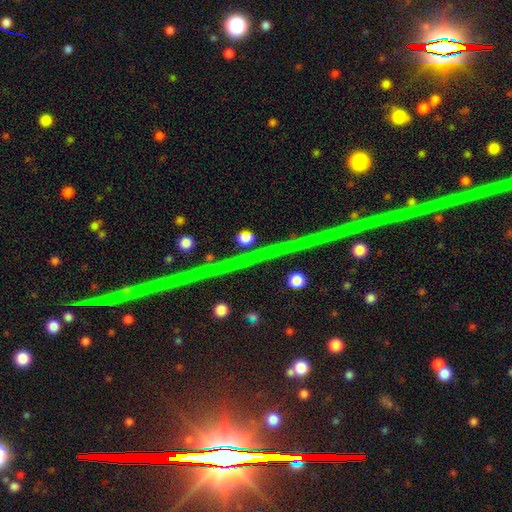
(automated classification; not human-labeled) Q: Smooth or featured?
A: star or artifact (82%); runner-up: featured or disk (11%)